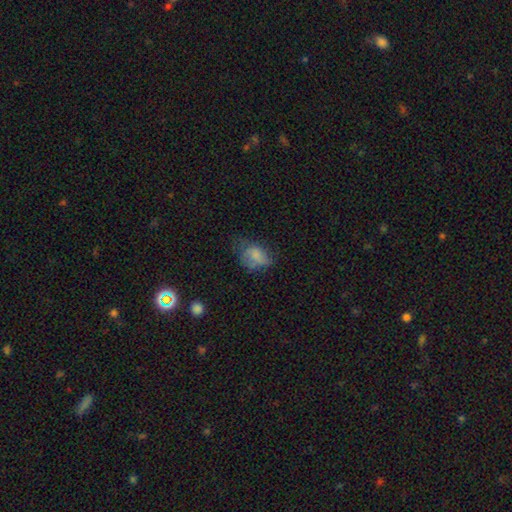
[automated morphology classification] The model was most divided on "merging": none: 38%, minor disturbance: 33%, major disturbance: 27%, merger: 3%. More confident: how rounded — in between (75%); smooth or featured — smooth (71%).